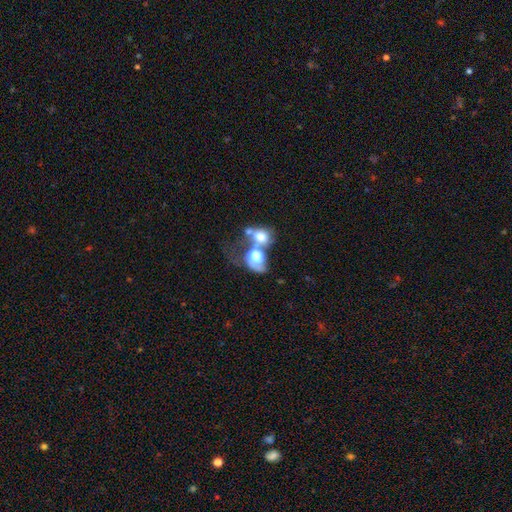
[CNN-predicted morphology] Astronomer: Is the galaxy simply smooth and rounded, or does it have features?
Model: smooth — 56% (runner-up: featured or disk, 33%).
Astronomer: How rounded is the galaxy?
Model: in between — 55% (runner-up: round, 44%).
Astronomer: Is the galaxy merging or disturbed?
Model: merger — 66%.